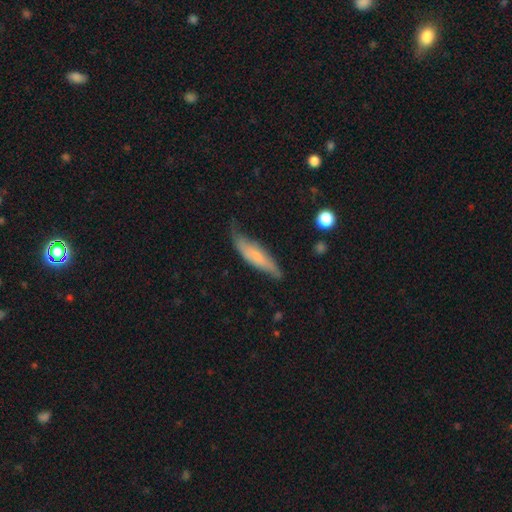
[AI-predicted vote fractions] smooth-or-featured: smooth: 50% | featured or disk: 43% | star or artifact: 6%
  how-rounded: cigar-shaped: 66% | in between: 31% | round: 2%
  merging: none: 54% | minor disturbance: 34% | major disturbance: 10% | merger: 2%